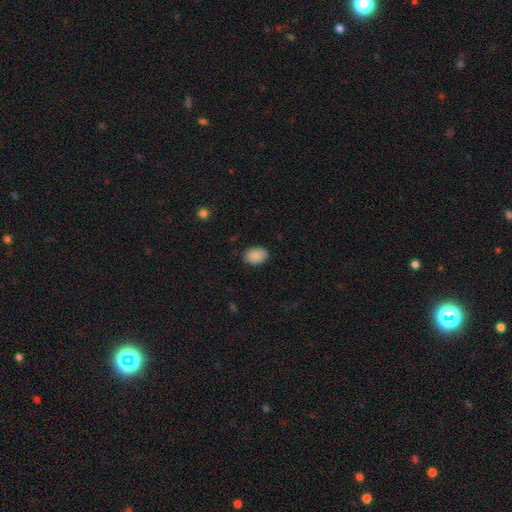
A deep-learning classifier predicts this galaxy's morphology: Smooth or featured?
  - smooth: 90% *
  - star or artifact: 7%
  - featured or disk: 3%
How rounded?
  - in between: 84% *
  - round: 15%
  - cigar-shaped: 1%
Merging?
  - none: 86% *
  - minor disturbance: 10%
  - major disturbance: 2%
  - merger: 1%